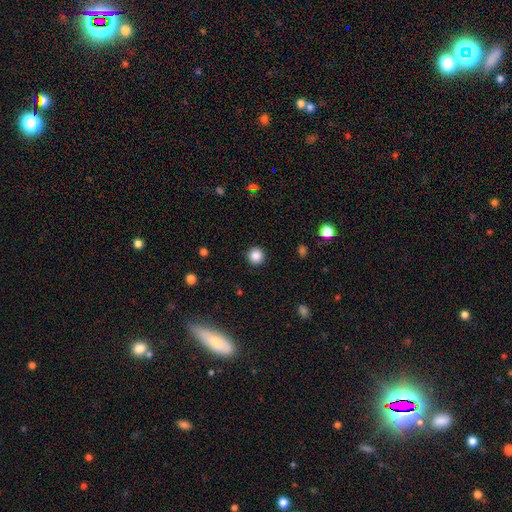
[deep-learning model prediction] A smooth galaxy with no disk features (86%) that is round (95%).

Vote fractions:
- Smooth or featured? smooth: 86% / star or artifact: 11% / featured or disk: 3%
- How rounded? round: 95% / in between: 4% / cigar-shaped: 1%
- Merging? none: 92% / minor disturbance: 5% / major disturbance: 2% / merger: 1%